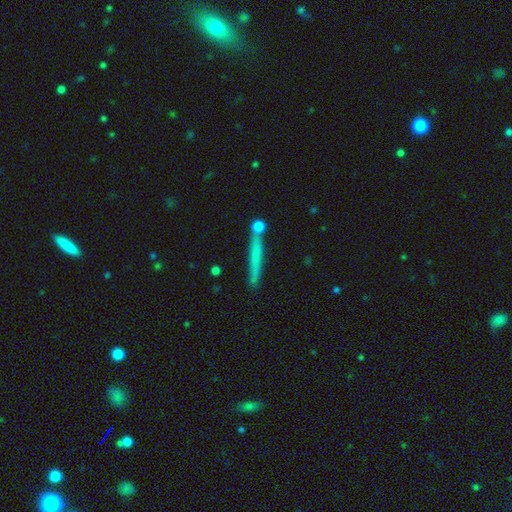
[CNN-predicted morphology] Smooth or featured: smooth — 59% (featured or disk — 33%)
How rounded: cigar-shaped — 95% (in between — 3%)
Merging: none — 80% (minor disturbance — 11%)